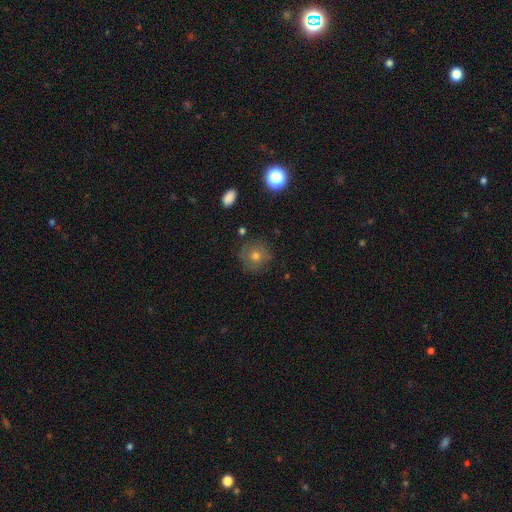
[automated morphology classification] A smooth galaxy with no disk features (59%) that is round (92%). Merging: none (81%).